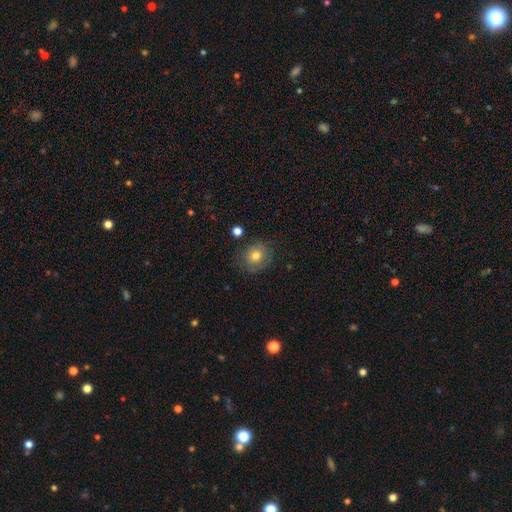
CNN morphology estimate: smooth_or_featured: smooth (p=0.73) [alt: featured or disk p=0.17]
how_rounded: round (p=0.77) [alt: in between p=0.23]
merging: none (p=0.77) [alt: minor disturbance p=0.16]